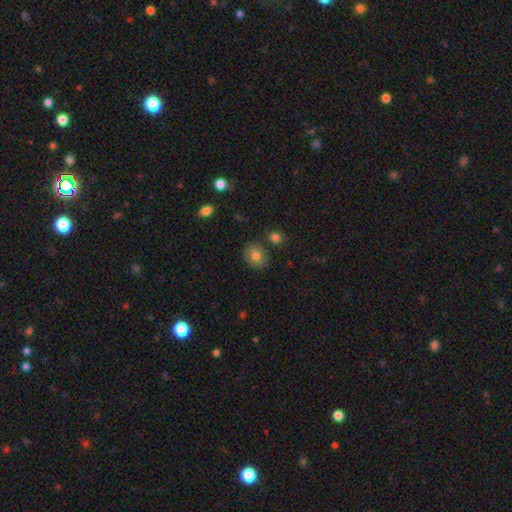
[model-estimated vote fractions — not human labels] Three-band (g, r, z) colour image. It shows a smooth galaxy with no disk features (78%) that is round (65%). Merging: none (81%).